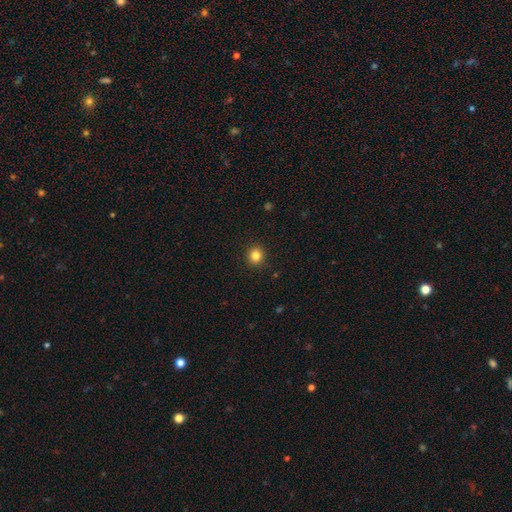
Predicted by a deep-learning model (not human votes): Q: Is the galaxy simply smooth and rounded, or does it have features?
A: smooth — 83%.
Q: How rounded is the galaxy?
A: round — 90%.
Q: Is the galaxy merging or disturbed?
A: none — 92%.